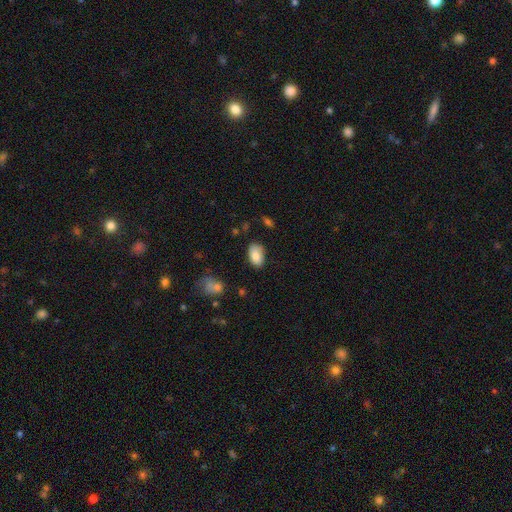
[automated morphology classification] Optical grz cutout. It shows a smooth galaxy with no disk features (85%) that is in between round and cigar-shaped (92%). Merging: none (74%).